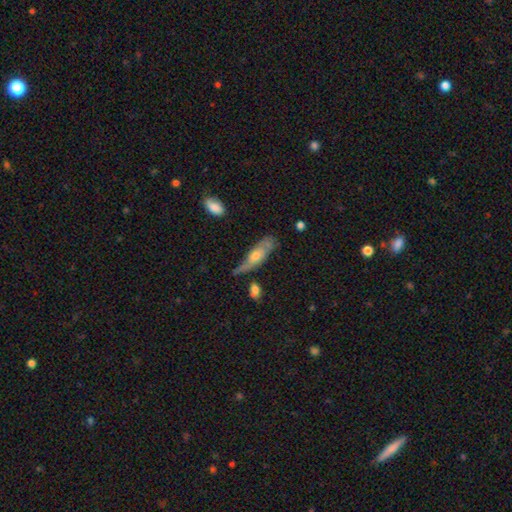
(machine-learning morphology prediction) This appears to be a featured or disk galaxy (53%). Merging: none (46%).